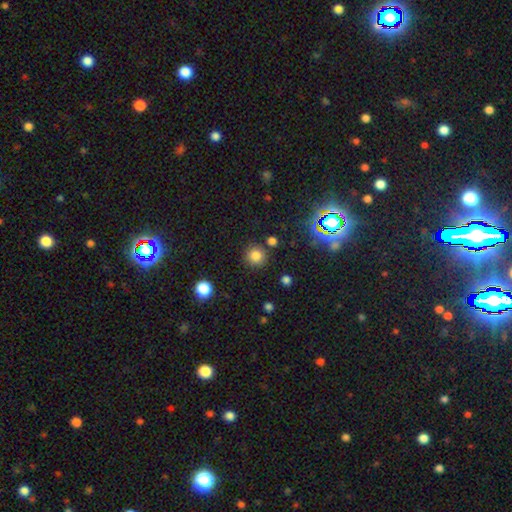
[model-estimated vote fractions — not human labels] This is likely a smooth galaxy (78%). How rounded: clearly round (92%). Merging: clearly none (84%).